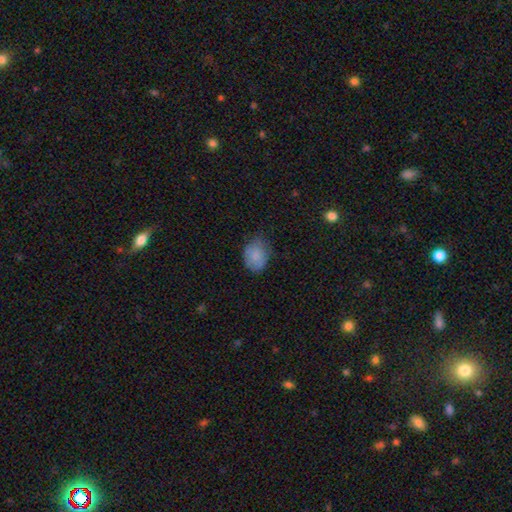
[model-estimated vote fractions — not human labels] Q: Smooth or featured?
A: smooth (84%); runner-up: featured or disk (8%)
Q: How rounded?
A: in between (60%); runner-up: round (39%)
Q: Merging?
A: none (65%); runner-up: minor disturbance (28%)